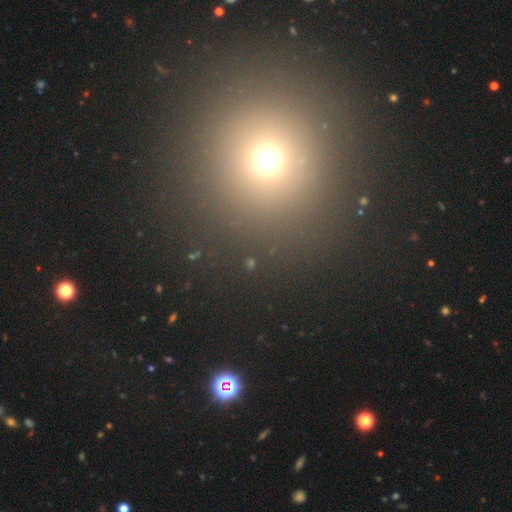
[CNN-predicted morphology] A smooth galaxy with no disk features (62%) that is round (94%).

Vote fractions:
- Smooth or featured? smooth: 62% / star or artifact: 32% / featured or disk: 7%
- How rounded? round: 94% / in between: 5% / cigar-shaped: 1%
- Merging? none: 90% / minor disturbance: 5% / major disturbance: 3% / merger: 2%